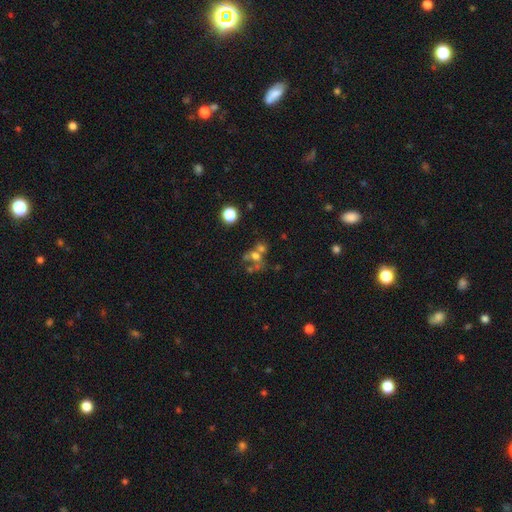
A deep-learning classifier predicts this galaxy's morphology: Smooth or featured? Predicted: smooth (p=0.50). How rounded? Predicted: round (p=0.66). Merging? Predicted: merger (p=0.50).